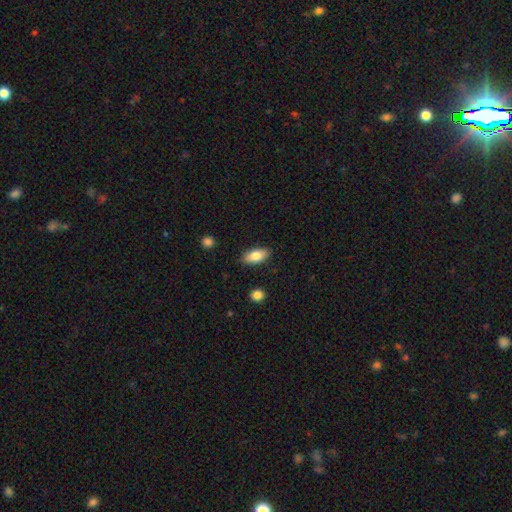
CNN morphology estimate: Q: Smooth or featured?
A: smooth (81%); runner-up: featured or disk (12%)
Q: How rounded?
A: in between (89%); runner-up: cigar-shaped (7%)
Q: Merging?
A: none (87%); runner-up: minor disturbance (10%)